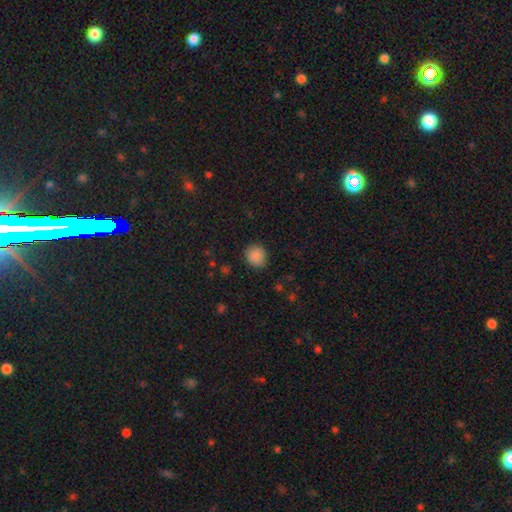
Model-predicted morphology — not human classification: This is clearly a smooth galaxy (87%). How rounded: likely round (79%). Merging: clearly none (83%).